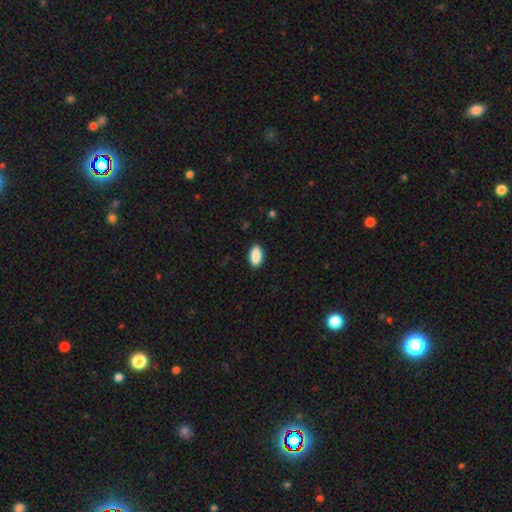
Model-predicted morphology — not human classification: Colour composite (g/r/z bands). It shows a smooth galaxy with no disk features (89%) that is in between round and cigar-shaped (92%). Merging: none (88%).